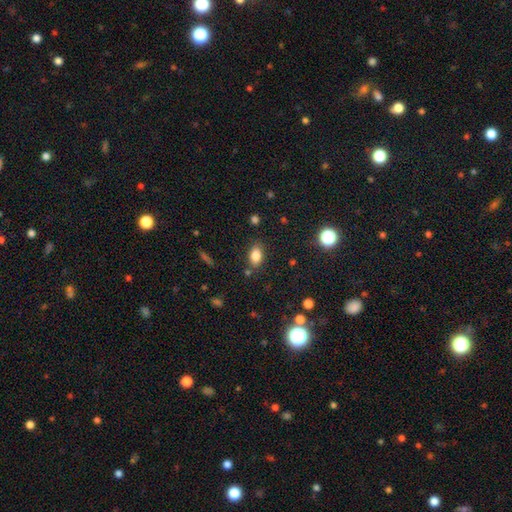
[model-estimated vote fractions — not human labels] This appears to be a smooth galaxy with no disk features (82%) that is in between round and cigar-shaped (87%). Merging: none (81%).